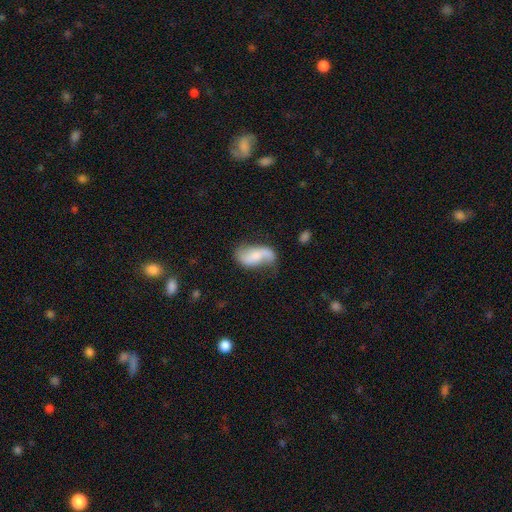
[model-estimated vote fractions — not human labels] Smooth or featured: featured or disk — 63% (smooth — 30%)
Edge-on disk: no — 95% (yes — 5%)
Bar: no — 49% (weak — 37%)
Spiral arms: yes — 90% (no — 10%)
Spiral winding: loose — 74% (medium — 20%)
Spiral arm count: 2 — 88% (1 — 5%)
Bulge size: small — 37% (moderate — 33%)
Merging: none — 60% (minor disturbance — 24%)